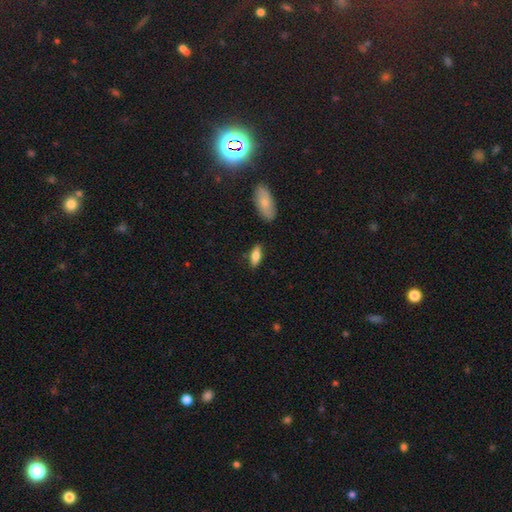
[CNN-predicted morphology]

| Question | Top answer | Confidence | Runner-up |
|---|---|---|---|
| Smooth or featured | smooth | 68% | featured or disk (26%) |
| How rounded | in between | 68% | cigar-shaped (29%) |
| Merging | none | 84% | minor disturbance (11%) |